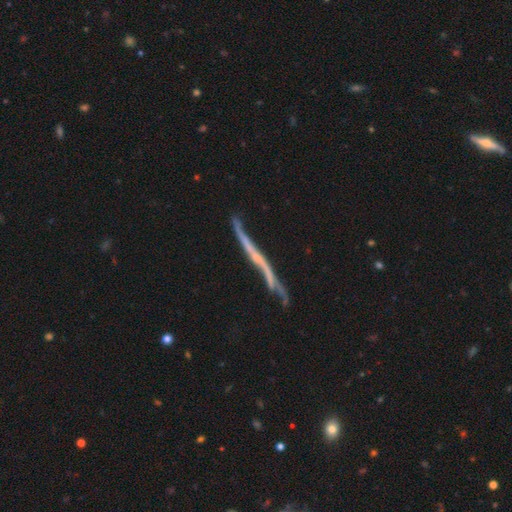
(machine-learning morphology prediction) Smooth or featured? featured or disk (75%)
Edge-on disk? yes (85%)
Edge-on bulge? none (77%)
Merging? none (58%)